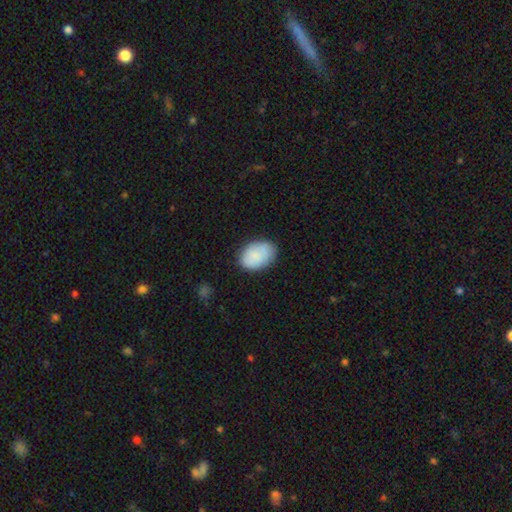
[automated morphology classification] A smooth galaxy with no disk features (84%) that is in between round and cigar-shaped (81%).

Vote fractions:
- Smooth or featured? smooth: 84% / featured or disk: 9% / star or artifact: 7%
- How rounded? in between: 81% / round: 17% / cigar-shaped: 1%
- Merging? none: 79% / minor disturbance: 17% / major disturbance: 3% / merger: 1%